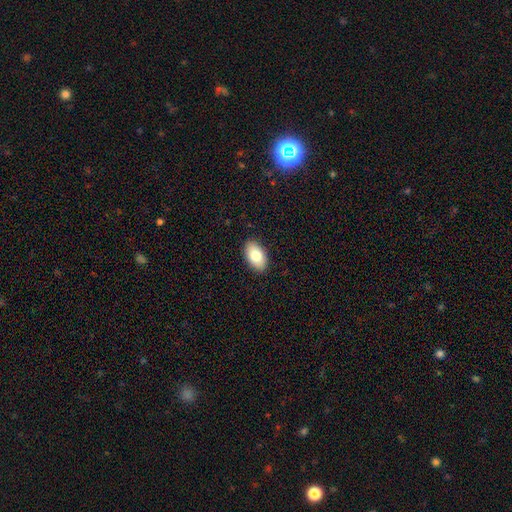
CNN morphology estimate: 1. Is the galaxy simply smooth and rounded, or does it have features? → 80% smooth, 13% featured or disk, 7% star or artifact.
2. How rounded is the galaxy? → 94% in between, 5% round, 1% cigar-shaped.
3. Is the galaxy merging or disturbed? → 90% none, 8% minor disturbance, 2% major disturbance, 1% merger.